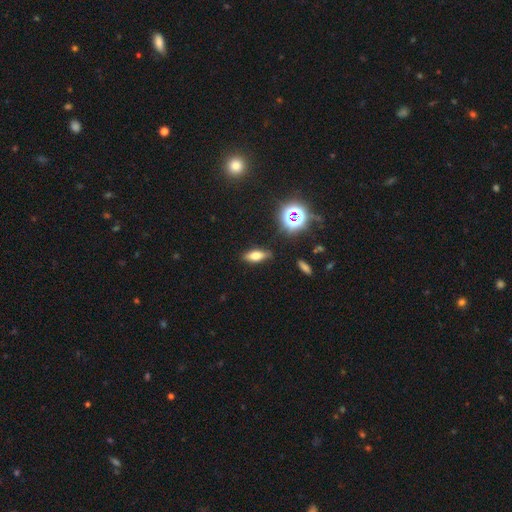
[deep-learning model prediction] A smooth galaxy with no disk features (64%) that is in between round and cigar-shaped (68%).

Vote fractions:
- Smooth or featured? smooth: 64% / featured or disk: 19% / star or artifact: 17%
- How rounded? in between: 68% / cigar-shaped: 26% / round: 6%
- Merging? none: 83% / minor disturbance: 12% / major disturbance: 3% / merger: 2%